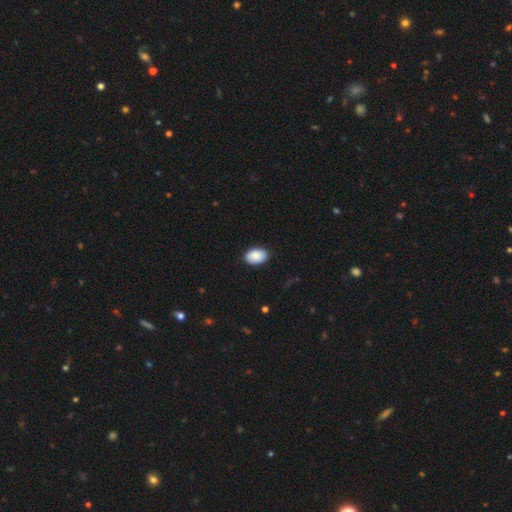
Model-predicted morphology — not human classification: Smooth or featured? smooth (89%)
How rounded? in between (89%)
Merging? none (88%)